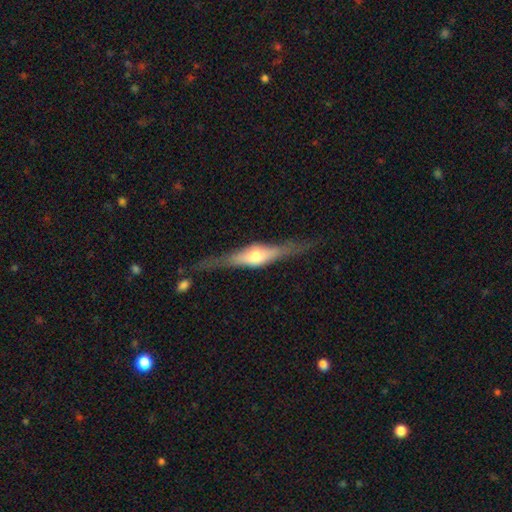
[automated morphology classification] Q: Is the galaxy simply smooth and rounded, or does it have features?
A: featured or disk — 74%.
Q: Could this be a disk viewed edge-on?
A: yes — 95%.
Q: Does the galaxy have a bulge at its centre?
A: rounded — 87%.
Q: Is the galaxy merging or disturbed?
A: none — 77%.